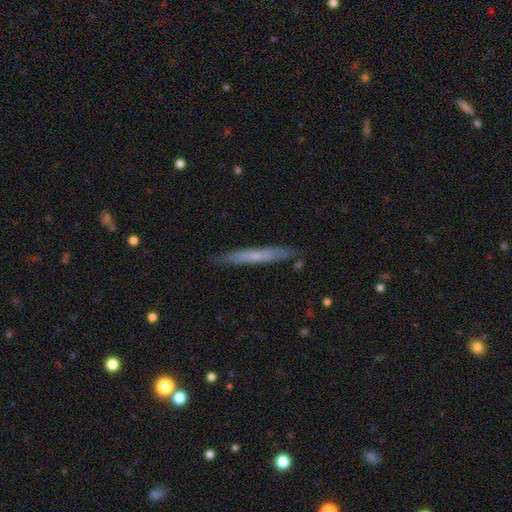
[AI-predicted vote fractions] This is possibly a smooth galaxy (53%). How rounded: clearly cigar-shaped (96%). Merging: clearly none (86%).